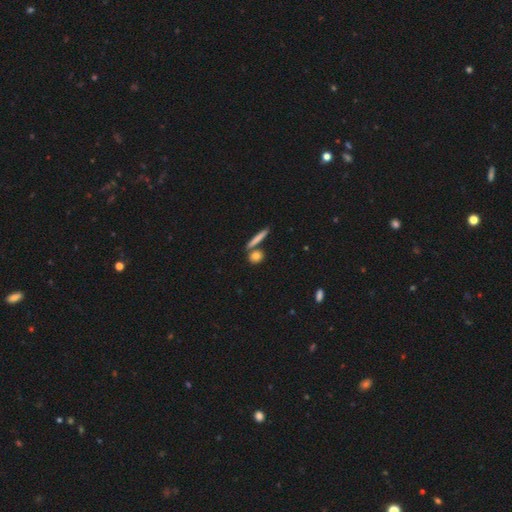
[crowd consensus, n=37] A smooth galaxy with no disk features (81%) that is round (77%).

Vote fractions:
- Smooth or featured? smooth: 81% / featured or disk: 11% / star or artifact: 8%
- How rounded? round: 77% / cigar-shaped: 17% / in between: 7%
- Merging? none: 74% / merger: 15% / minor disturbance: 6% / major disturbance: 6%